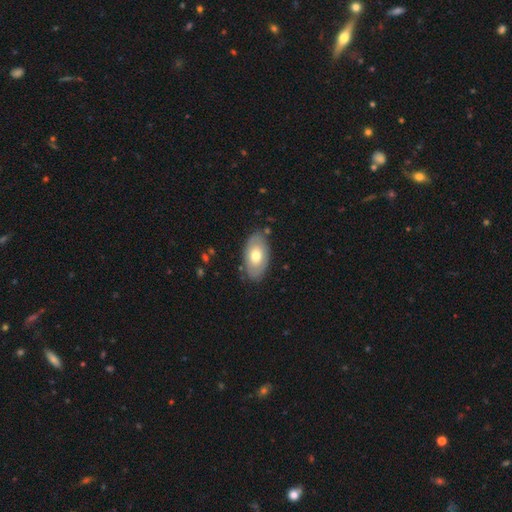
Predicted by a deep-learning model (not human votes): Smooth or featured?
  - smooth: 58% *
  - featured or disk: 36%
  - star or artifact: 5%
How rounded?
  - in between: 93% *
  - round: 6%
  - cigar-shaped: 2%
Merging?
  - none: 81% *
  - minor disturbance: 13%
  - major disturbance: 3%
  - merger: 2%